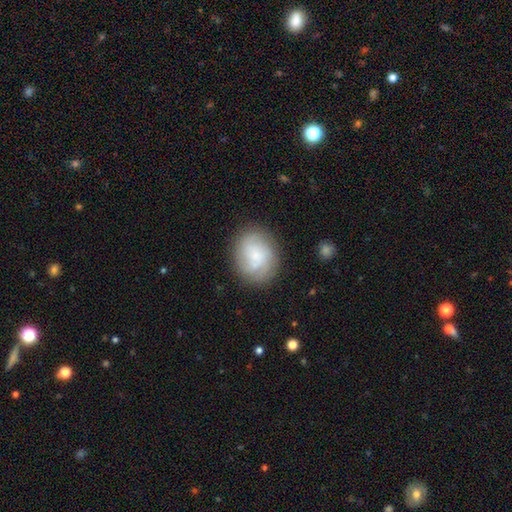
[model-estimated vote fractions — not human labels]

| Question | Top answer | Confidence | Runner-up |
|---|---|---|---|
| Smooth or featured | featured or disk | 46% | smooth (45%) |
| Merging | none | 79% | minor disturbance (14%) |